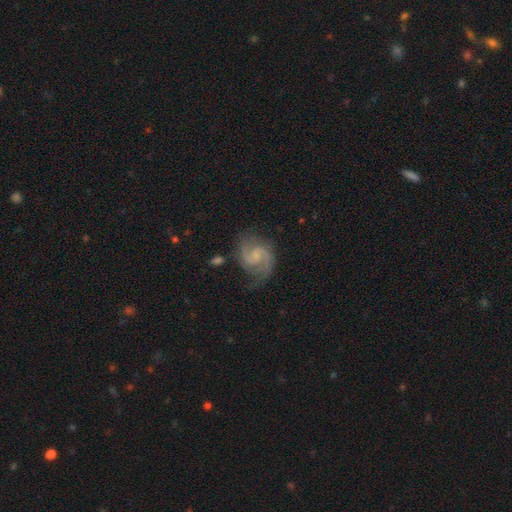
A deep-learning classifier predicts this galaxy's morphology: Q: Smooth or featured?
A: featured or disk (89%); runner-up: smooth (6%)
Q: Edge-on disk?
A: no (98%); runner-up: yes (2%)
Q: Bar?
A: no (48%); runner-up: weak (45%)
Q: Spiral arms?
A: yes (98%); runner-up: no (2%)
Q: Spiral winding?
A: medium (59%); runner-up: loose (21%)
Q: Spiral arm count?
A: 2 (92%); runner-up: can't tell (2%)
Q: Bulge size?
A: small (54%); runner-up: none (25%)
Q: Merging?
A: none (71%); runner-up: minor disturbance (18%)